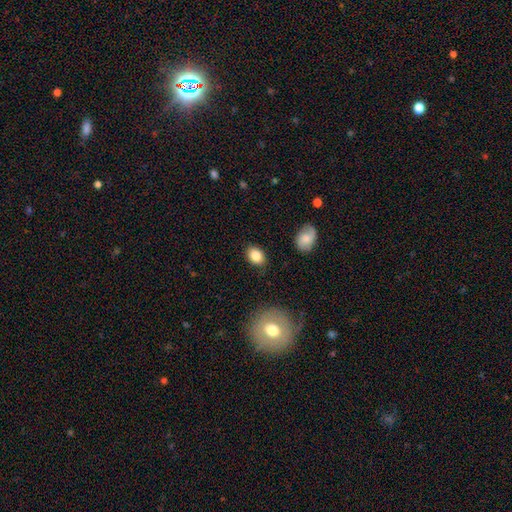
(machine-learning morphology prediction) smooth 85%, star or artifact 8%, featured or disk 7%. Down the decision tree: how rounded — in between (70%); merging — none (85%).